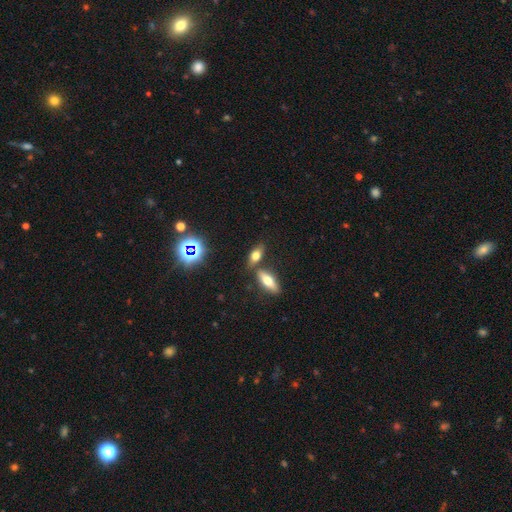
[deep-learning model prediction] smooth 64%, featured or disk 20%, star or artifact 16%. Down the decision tree: how rounded — in between (72%); merging — none (65%).